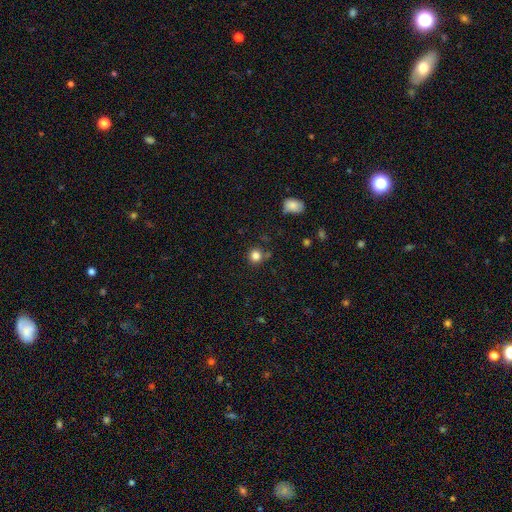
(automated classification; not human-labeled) Q: Smooth or featured?
A: smooth (83%); runner-up: star or artifact (12%)
Q: How rounded?
A: round (90%); runner-up: in between (9%)
Q: Merging?
A: none (79%); runner-up: minor disturbance (11%)